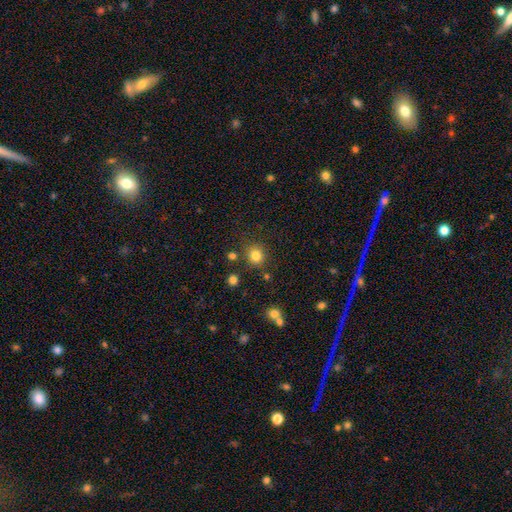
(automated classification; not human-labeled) Smooth or featured: smooth — 81% (star or artifact — 13%)
How rounded: round — 88% (in between — 11%)
Merging: none — 83% (minor disturbance — 9%)